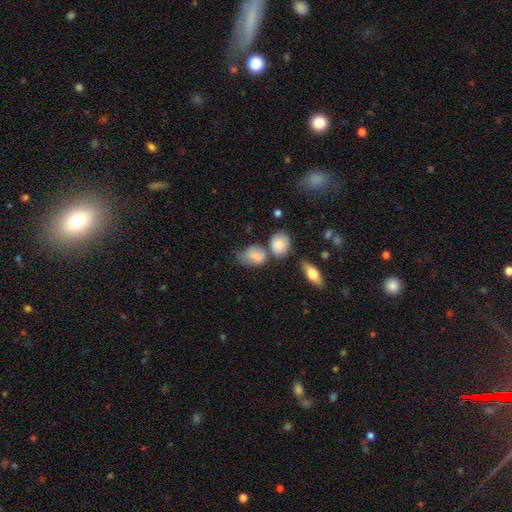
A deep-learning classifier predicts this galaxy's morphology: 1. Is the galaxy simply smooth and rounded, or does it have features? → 80% smooth, 12% featured or disk, 9% star or artifact.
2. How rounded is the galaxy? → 72% in between, 26% round, 2% cigar-shaped.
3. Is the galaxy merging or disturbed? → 33% none, 27% minor disturbance, 26% merger, 14% major disturbance.